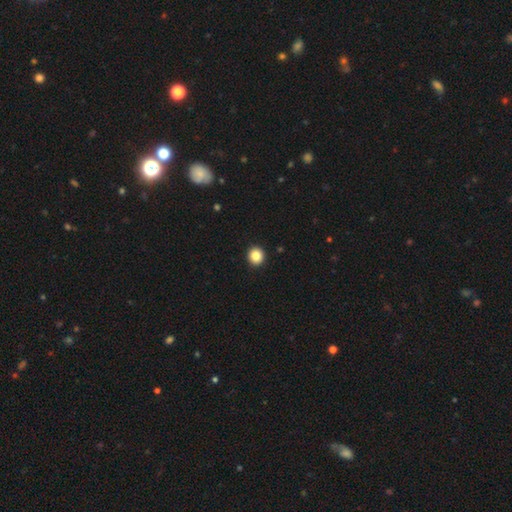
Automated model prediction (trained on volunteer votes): Overall: smooth (86%). How rounded: round (91%). Merging: none (93%).